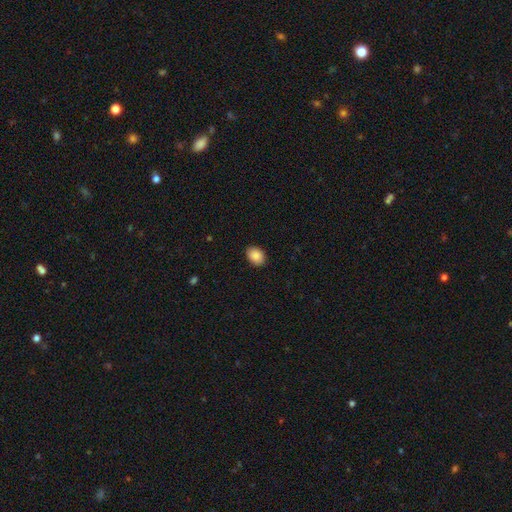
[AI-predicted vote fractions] A smooth galaxy with no disk features (89%) that is in between round and cigar-shaped (71%). Merging: none (88%).